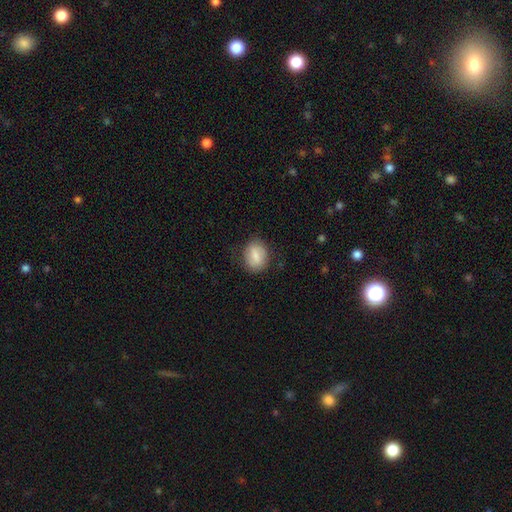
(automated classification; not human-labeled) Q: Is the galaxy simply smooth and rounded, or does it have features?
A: smooth — 71%.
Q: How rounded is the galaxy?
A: in between — 51%.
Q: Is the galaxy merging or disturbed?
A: none — 79%.